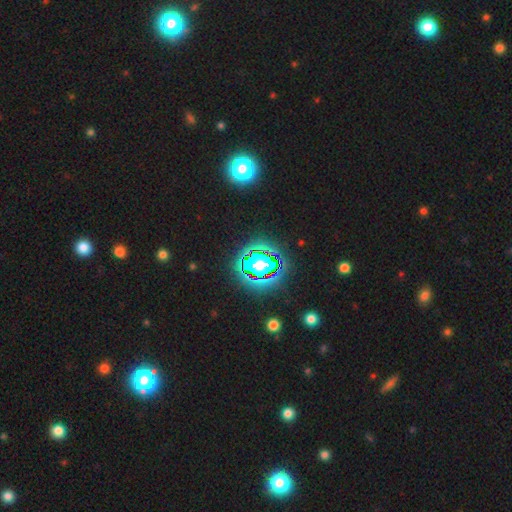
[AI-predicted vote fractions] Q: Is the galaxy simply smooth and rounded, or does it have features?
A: star or artifact — 74%.